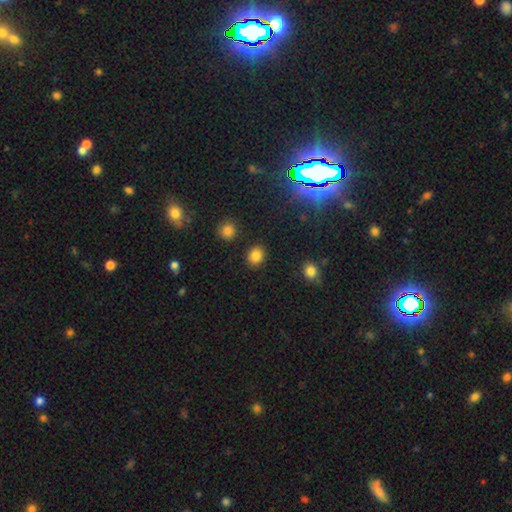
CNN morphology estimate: Smooth or featured?
  - smooth: 83% *
  - star or artifact: 12%
  - featured or disk: 5%
How rounded?
  - round: 61% *
  - in between: 38%
  - cigar-shaped: 1%
Merging?
  - none: 89% *
  - minor disturbance: 7%
  - major disturbance: 2%
  - merger: 2%